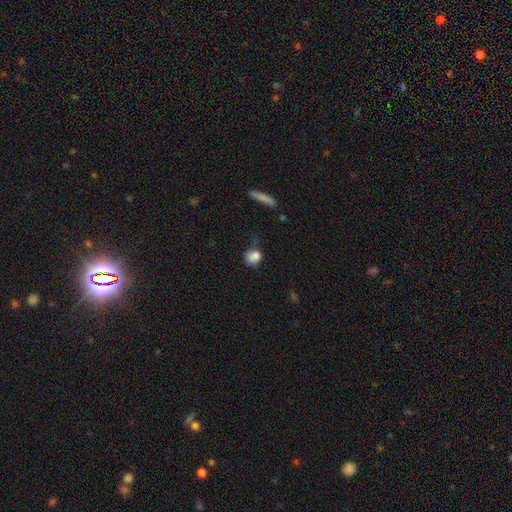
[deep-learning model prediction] Smooth or featured: smooth — 79% (featured or disk — 11%)
How rounded: round — 59% (in between — 39%)
Merging: none — 43% (minor disturbance — 28%)